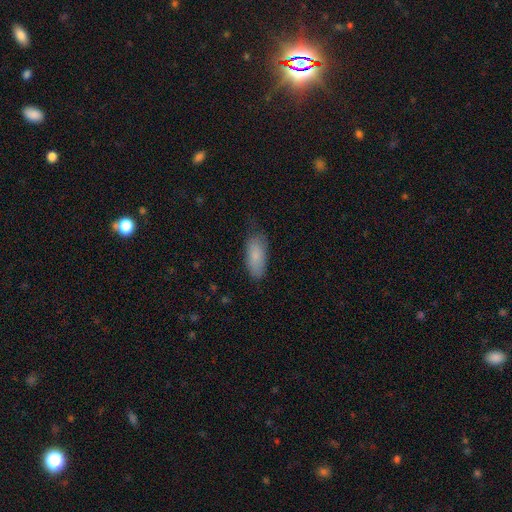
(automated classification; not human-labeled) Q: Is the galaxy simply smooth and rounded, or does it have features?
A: smooth — 83%.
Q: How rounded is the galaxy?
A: in between — 80%.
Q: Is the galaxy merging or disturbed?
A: none — 70%.